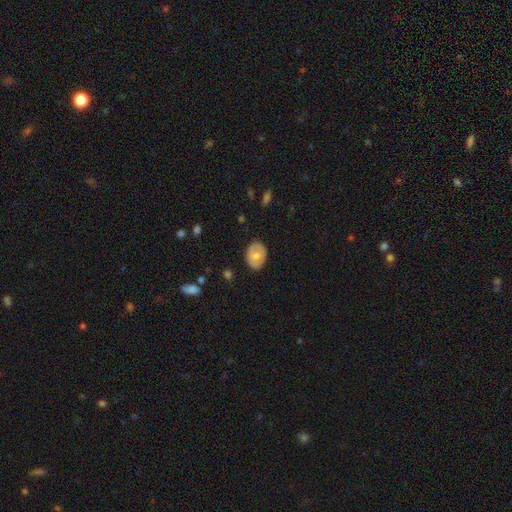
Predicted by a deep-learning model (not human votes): Overall: smooth (65%; featured or disk 29%). How rounded: in between (66%; round 33%). Merging: none (82%).